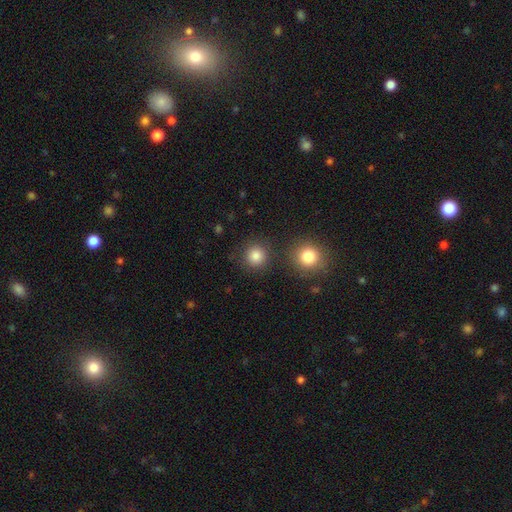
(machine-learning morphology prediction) This appears to be a smooth galaxy with no disk features (84%) that is round (92%). Merging: none (83%).